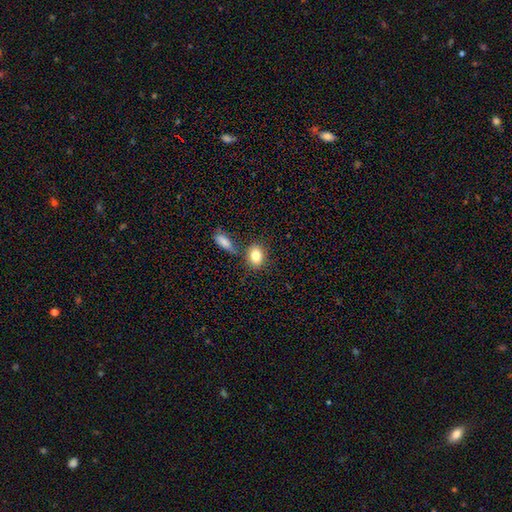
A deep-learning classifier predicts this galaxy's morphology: smooth-or-featured: smooth: 83% | featured or disk: 9% | star or artifact: 8%
  how-rounded: in between: 62% | round: 36% | cigar-shaped: 2%
  merging: none: 71% | merger: 14% | minor disturbance: 12% | major disturbance: 3%